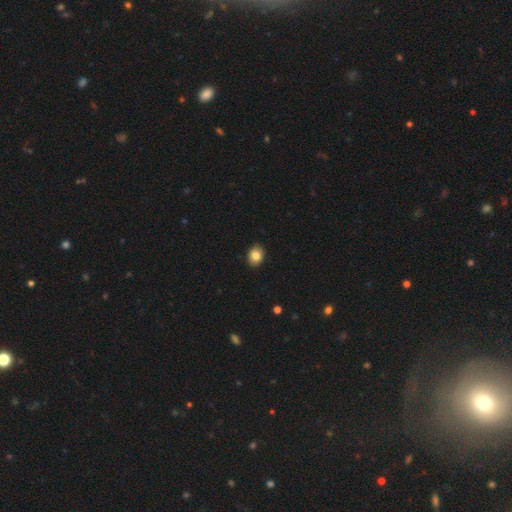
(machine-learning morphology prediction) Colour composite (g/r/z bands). It shows a smooth galaxy with no disk features (83%) that is in between round and cigar-shaped (57%). Merging: none (89%).